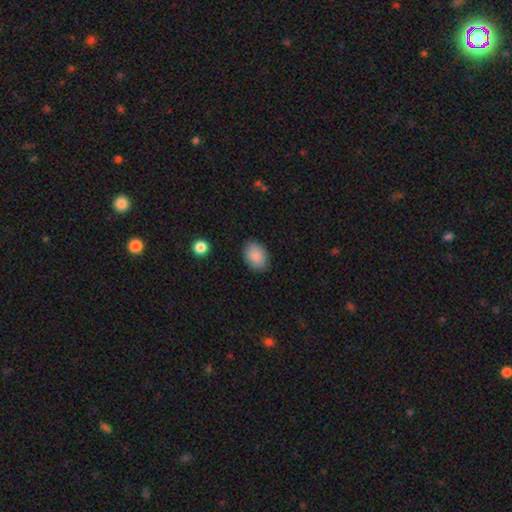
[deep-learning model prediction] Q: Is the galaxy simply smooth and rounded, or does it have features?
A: smooth — 89%.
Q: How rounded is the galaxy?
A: in between — 79%.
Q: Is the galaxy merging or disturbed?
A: none — 86%.